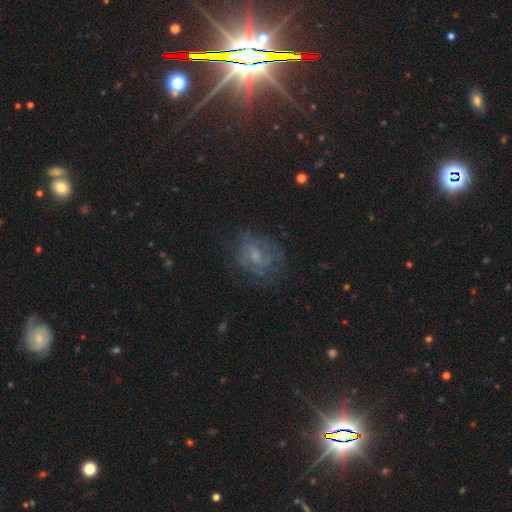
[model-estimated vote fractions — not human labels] Morphology: type=featured or disk (54%); edge-on=no (97%); bar=no (48%); spiral arms=yes (74%); bulge=small (50%); merging=none (66%).